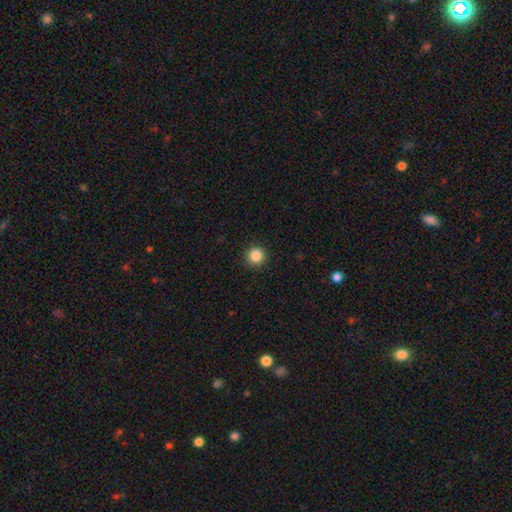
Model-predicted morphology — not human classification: This appears to be a smooth galaxy with no disk features (86%) that is round (96%). Merging: none (92%).